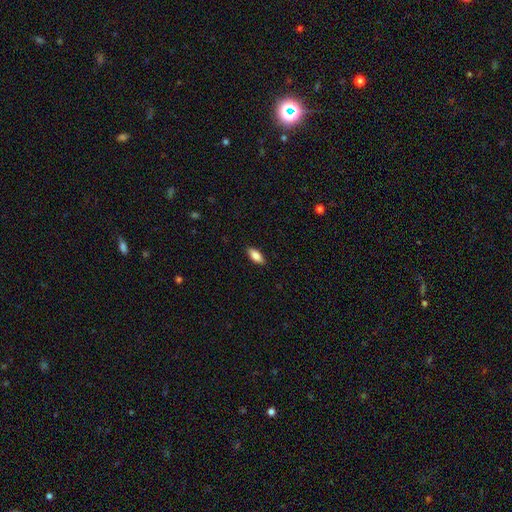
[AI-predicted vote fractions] Smooth or featured? smooth (84%)
How rounded? in between (82%)
Merging? none (89%)